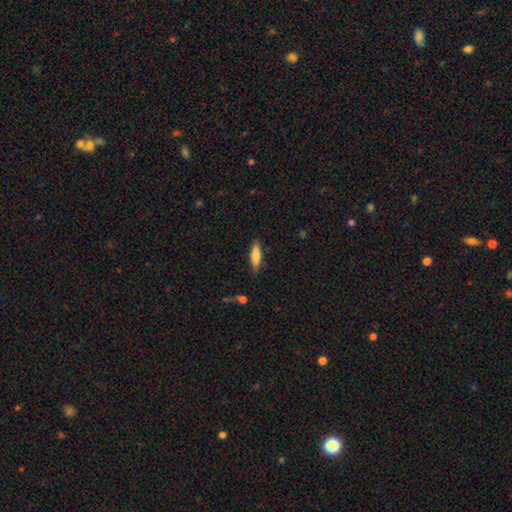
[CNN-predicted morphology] Smooth or featured: smooth — 80% (featured or disk — 14%)
How rounded: cigar-shaped — 60% (in between — 38%)
Merging: none — 83% (minor disturbance — 12%)